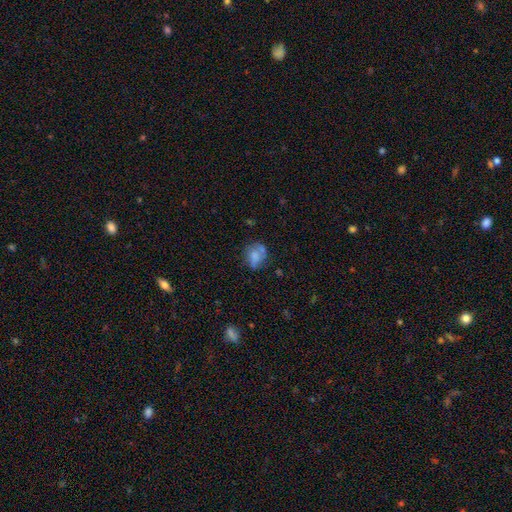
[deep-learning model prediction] smooth-or-featured: smooth: 62% | featured or disk: 27% | star or artifact: 11%
  how-rounded: in between: 53% | round: 45% | cigar-shaped: 2%
  merging: none: 42% | minor disturbance: 27% | major disturbance: 18% | merger: 13%